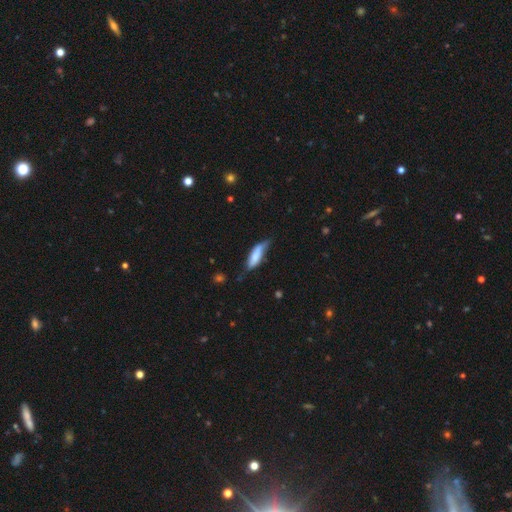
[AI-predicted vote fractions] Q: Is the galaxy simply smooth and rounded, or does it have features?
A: smooth — 68%.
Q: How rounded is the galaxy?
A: in between — 51%.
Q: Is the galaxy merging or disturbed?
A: minor disturbance — 41%.